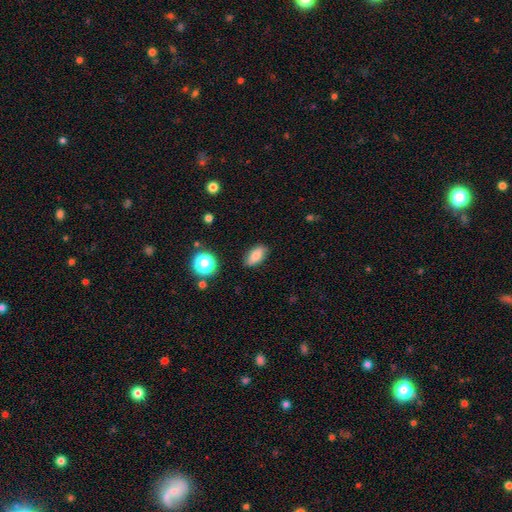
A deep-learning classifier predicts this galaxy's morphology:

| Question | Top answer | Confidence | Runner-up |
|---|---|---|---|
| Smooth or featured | smooth | 80% | featured or disk (10%) |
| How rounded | in between | 87% | cigar-shaped (7%) |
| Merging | none | 85% | minor disturbance (11%) |